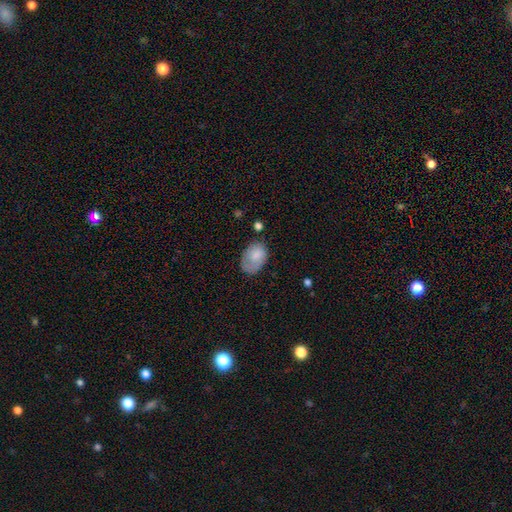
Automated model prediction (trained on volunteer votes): A smooth galaxy with no disk features (76%) that is in between round and cigar-shaped (85%). Merging: none (54%).